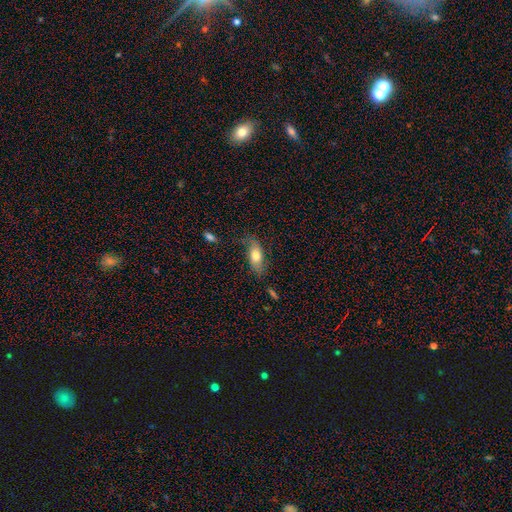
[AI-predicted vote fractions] smooth-or-featured: smooth: 67% | featured or disk: 26% | star or artifact: 7%
  how-rounded: in between: 80% | cigar-shaped: 16% | round: 4%
  merging: none: 67% | minor disturbance: 24% | major disturbance: 7% | merger: 3%